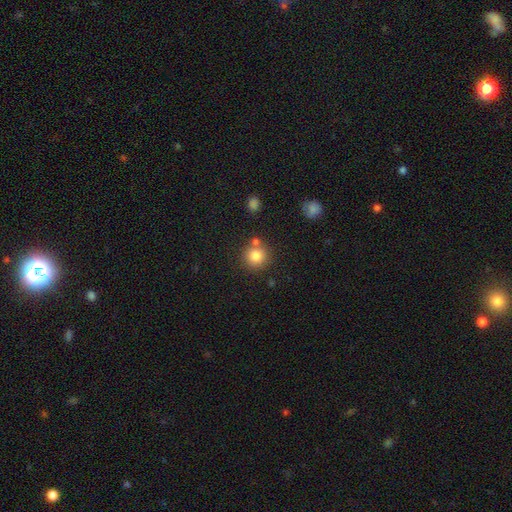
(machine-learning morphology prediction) Smooth or featured? Predicted: smooth (p=0.82). How rounded? Predicted: round (p=0.92). Merging? Predicted: none (p=0.74).